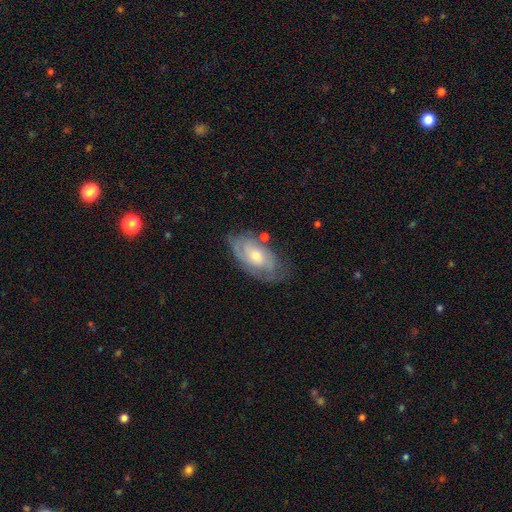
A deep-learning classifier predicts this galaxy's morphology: Smooth or featured? featured or disk (68%)
Edge-on disk? no (92%)
Bar? no (73%)
Spiral arms? yes (78%)
Bulge size? small (50%)
Merging? none (64%)